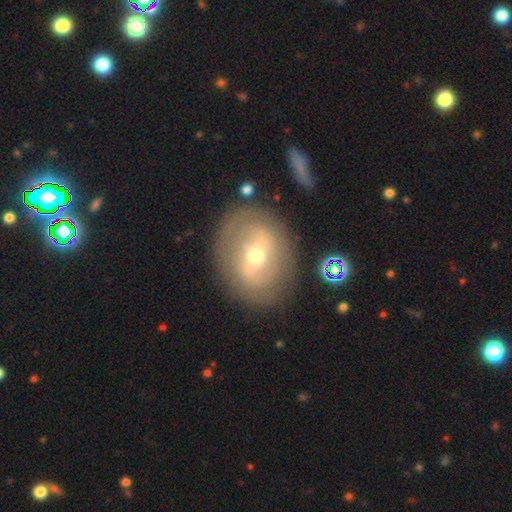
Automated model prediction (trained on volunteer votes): Smooth or featured?
  - featured or disk: 61% *
  - smooth: 30%
  - star or artifact: 8%
Edge-on disk?
  - no: 94% *
  - yes: 6%
Bar?
  - weak: 43% *
  - strong: 31%
  - no: 26%
Spiral arms?
  - yes: 52% *
  - no: 48%
Bulge size?
  - moderate: 55% *
  - small: 40%
  - large: 3%
  - dominant: 1%
  - none: 1%
Merging?
  - none: 80% *
  - minor disturbance: 12%
  - major disturbance: 5%
  - merger: 3%